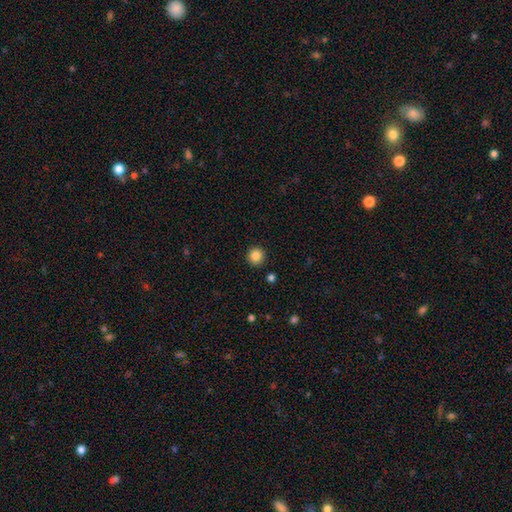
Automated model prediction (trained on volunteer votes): smooth 85%, star or artifact 10%, featured or disk 4%. Down the decision tree: how rounded — round (95%); merging — none (92%).